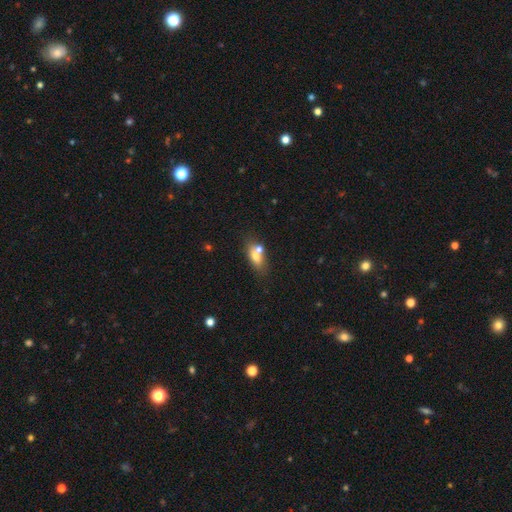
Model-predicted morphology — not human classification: This appears to be a smooth galaxy with no disk features (67%) that is in between round and cigar-shaped (74%). Merging: none (47%).